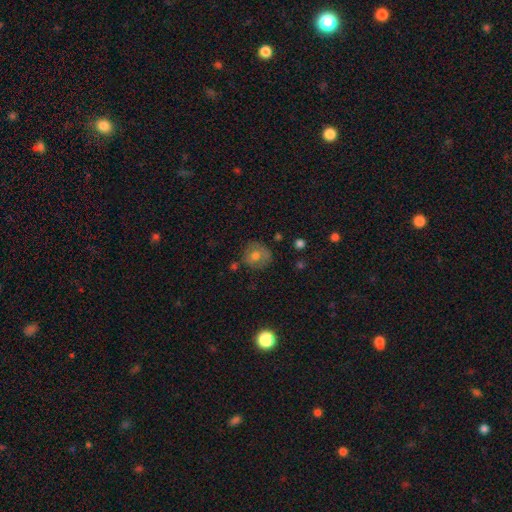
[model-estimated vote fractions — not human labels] Smooth or featured: smooth — 65% (featured or disk — 24%)
How rounded: round — 82% (in between — 17%)
Merging: none — 67% (minor disturbance — 22%)